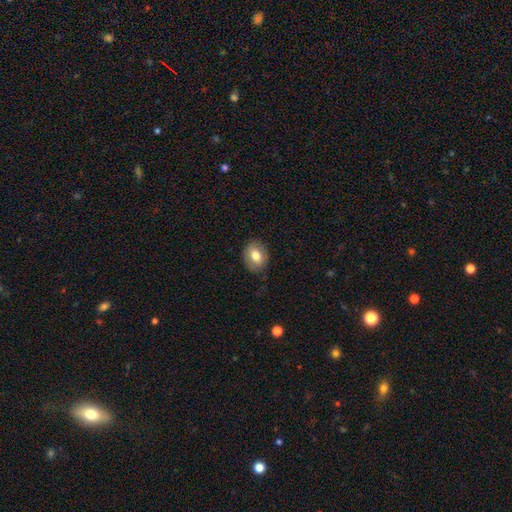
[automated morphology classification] Smooth or featured? smooth (76%)
How rounded? round (50%)
Merging? none (85%)